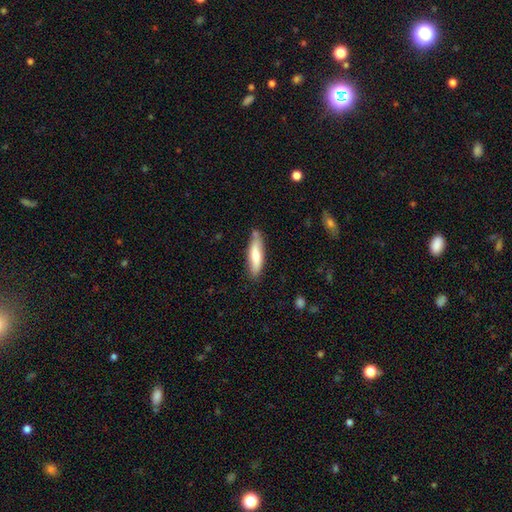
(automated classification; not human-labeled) The model was most divided on "how rounded": cigar-shaped: 67%, in between: 31%, round: 2%. More confident: merging — none (75%); smooth or featured — smooth (71%).